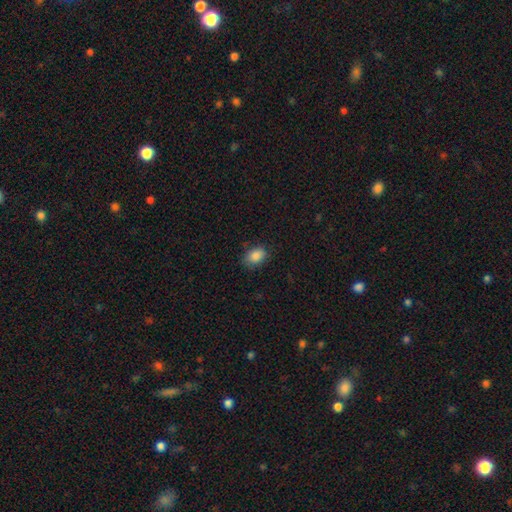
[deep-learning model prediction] A smooth galaxy with no disk features (87%) that is in between round and cigar-shaped (79%). Merging: none (77%).